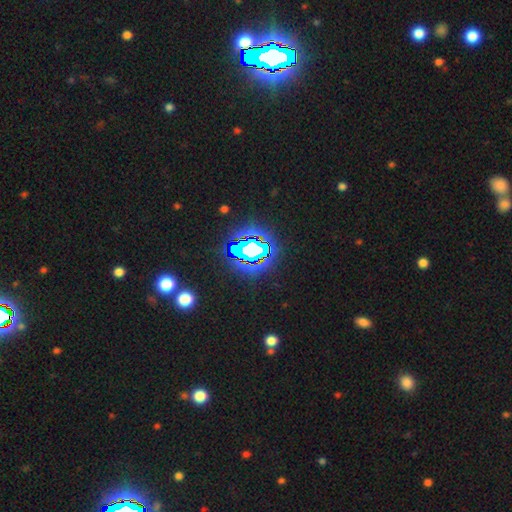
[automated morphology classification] Smooth or featured? star or artifact (71%)